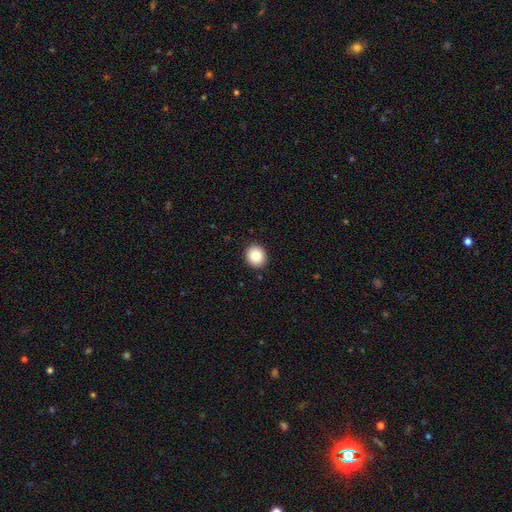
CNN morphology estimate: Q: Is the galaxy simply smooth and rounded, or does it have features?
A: smooth — 88%.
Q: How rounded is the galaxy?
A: round — 84%.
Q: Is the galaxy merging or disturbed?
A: none — 92%.